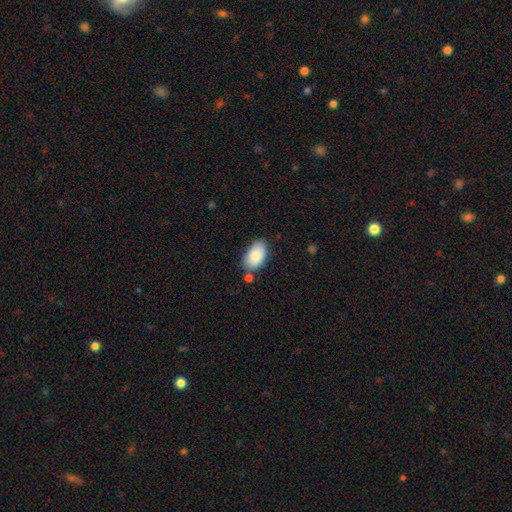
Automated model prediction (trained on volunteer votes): A smooth galaxy with no disk features (87%) that is in between round and cigar-shaped (94%). Merging: none (71%).